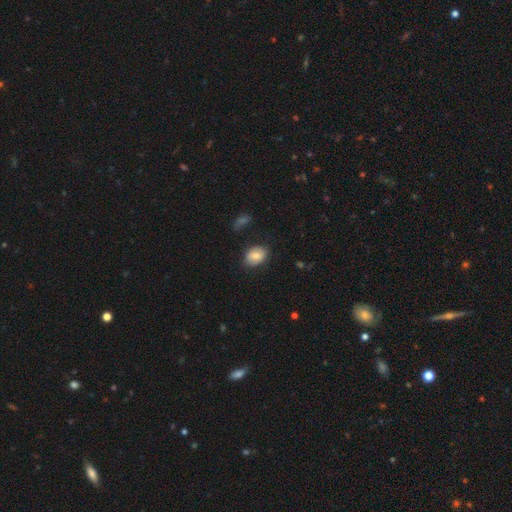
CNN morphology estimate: A smooth galaxy with no disk features (79%) that is in between round and cigar-shaped (73%). Merging: none (79%).